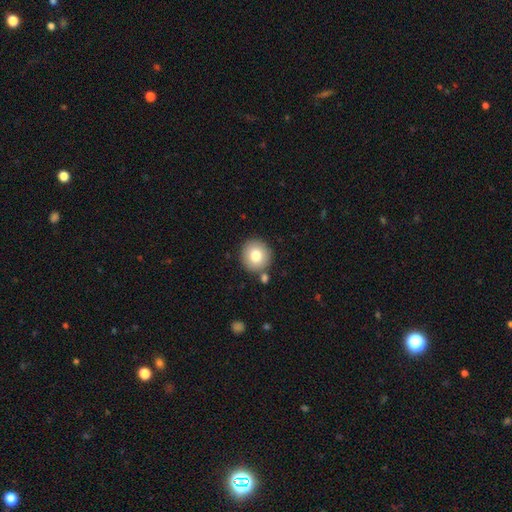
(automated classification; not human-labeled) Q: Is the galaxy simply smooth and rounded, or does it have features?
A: smooth — 79%.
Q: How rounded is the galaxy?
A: round — 93%.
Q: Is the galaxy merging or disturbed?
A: none — 83%.